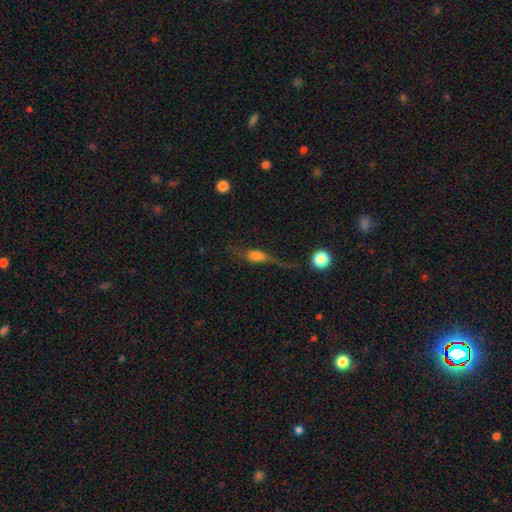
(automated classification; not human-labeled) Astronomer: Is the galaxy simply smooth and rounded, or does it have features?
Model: featured or disk — 44% (runner-up: smooth, 41%).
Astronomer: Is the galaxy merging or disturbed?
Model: none — 37% (runner-up: major disturbance, 34%).